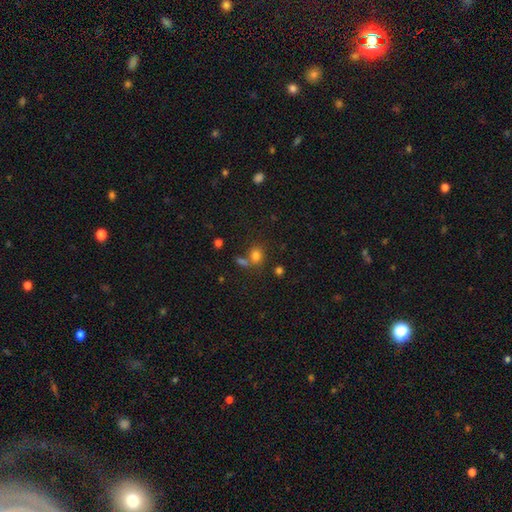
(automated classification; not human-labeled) This is likely a smooth galaxy (77%). How rounded: possibly round (60%). Merging: possibly none (60%).